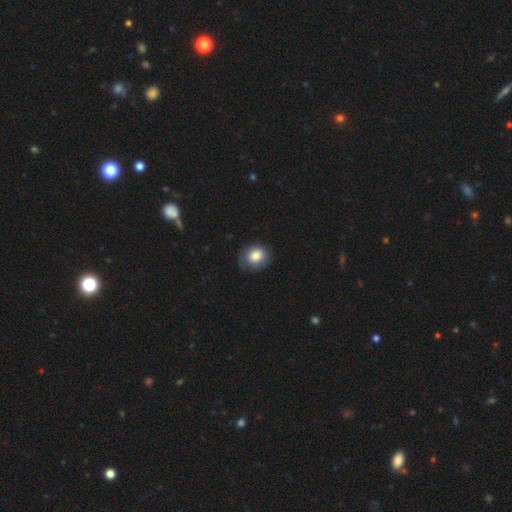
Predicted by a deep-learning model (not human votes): Smooth or featured: smooth — 83% (featured or disk — 9%)
How rounded: round — 64% (in between — 35%)
Merging: none — 74% (minor disturbance — 21%)